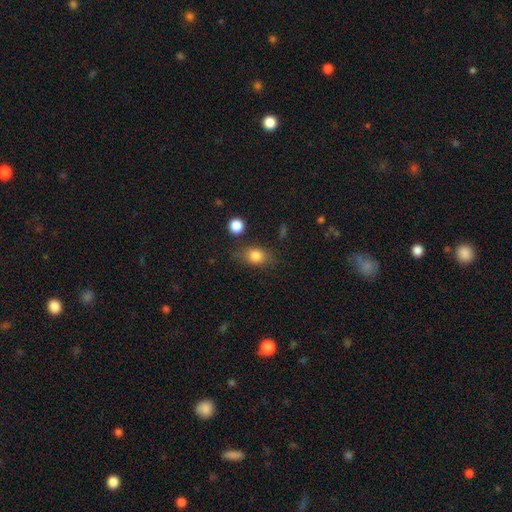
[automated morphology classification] smooth 81%, star or artifact 10%, featured or disk 9%. Down the decision tree: how rounded — in between (64%); merging — none (71%).